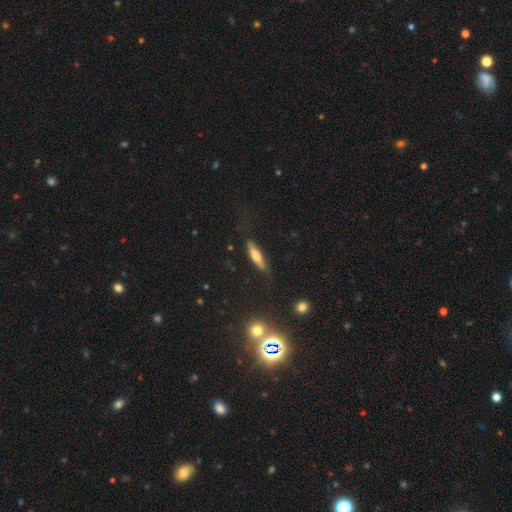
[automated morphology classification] type=smooth (62%); roundness=cigar-shaped (76%); merging=none (75%).